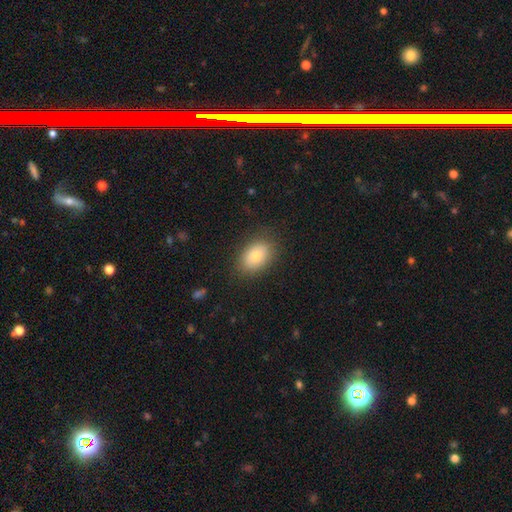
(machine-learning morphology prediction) This is likely a smooth galaxy (77%). How rounded: likely in between (79%). Merging: clearly none (84%).